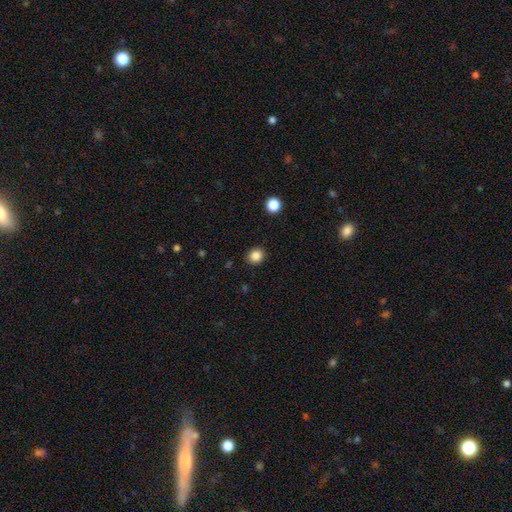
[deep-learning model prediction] Overall: smooth (85%). How rounded: round (84%). Merging: none (90%).